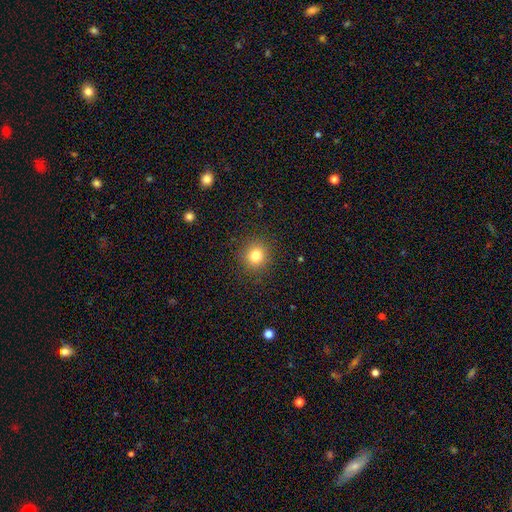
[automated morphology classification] Smooth or featured?
  - smooth: 81% *
  - star or artifact: 13%
  - featured or disk: 7%
How rounded?
  - round: 89% *
  - in between: 10%
  - cigar-shaped: 1%
Merging?
  - none: 90% *
  - minor disturbance: 7%
  - major disturbance: 3%
  - merger: 1%